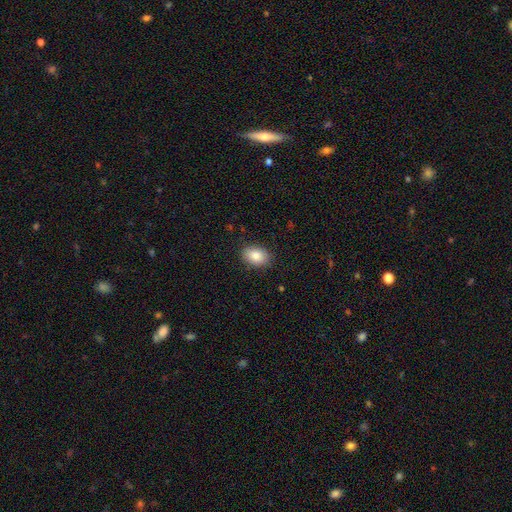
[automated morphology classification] A smooth galaxy with no disk features (85%) that is in between round and cigar-shaped (82%).

Vote fractions:
- Smooth or featured? smooth: 85% / star or artifact: 8% / featured or disk: 7%
- How rounded? in between: 82% / round: 17% / cigar-shaped: 1%
- Merging? none: 87% / minor disturbance: 10% / major disturbance: 2% / merger: 1%